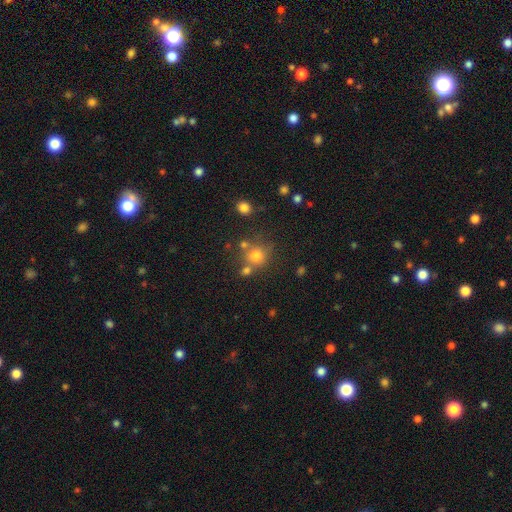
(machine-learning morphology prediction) Smooth or featured? smooth (74%)
How rounded? round (87%)
Merging? none (63%)